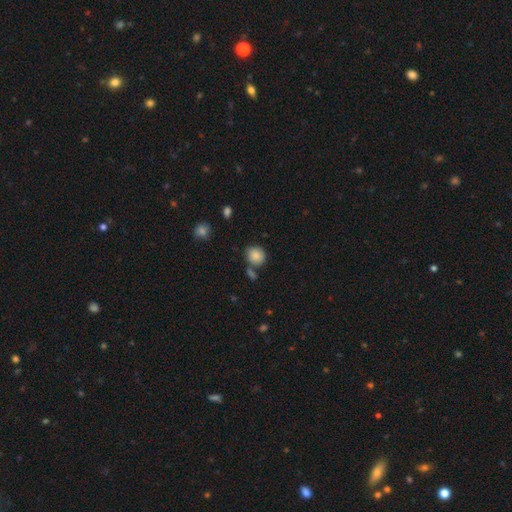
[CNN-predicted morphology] type=smooth (85%); roundness=round (75%); merging=none (68%).